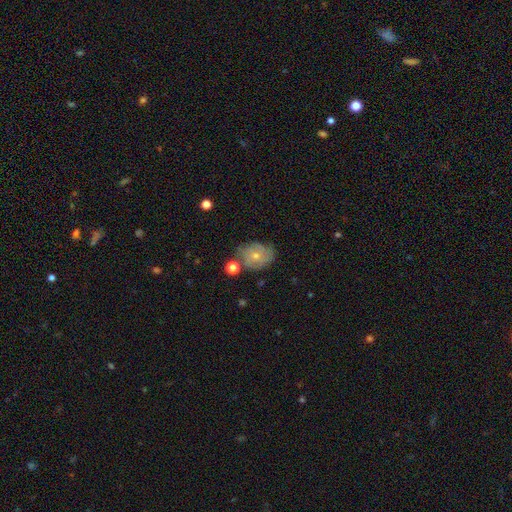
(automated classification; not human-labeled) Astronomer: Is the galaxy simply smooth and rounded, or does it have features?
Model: smooth — 52% (runner-up: featured or disk, 39%).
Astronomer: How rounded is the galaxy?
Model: round — 51% (runner-up: in between, 47%).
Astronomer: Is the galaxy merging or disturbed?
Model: none — 57%.